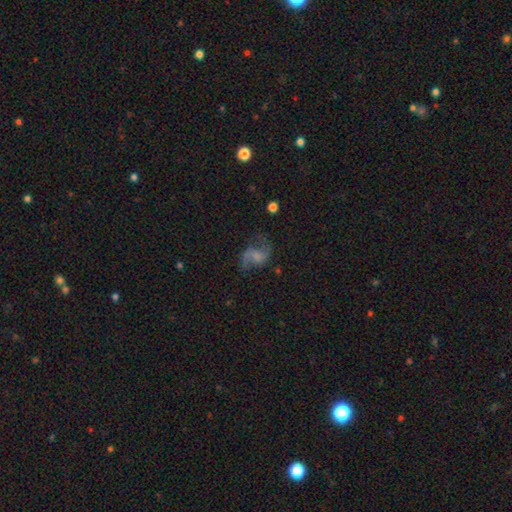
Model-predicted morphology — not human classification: smooth-or-featured: featured or disk: 74% | smooth: 16% | star or artifact: 10%
  disk-edge-on: no: 98% | yes: 2%
    bar: no: 44% (tied) | weak: 44% (tied) | strong: 12%
    has-spiral-arms: yes: 91% | no: 9%
      spiral-winding: loose: 72% | medium: 23% | tight: 4%
      spiral-arm-count: 2: 89% | 1: 5% | can't tell: 3% | 3: 1% | 4: 1% | more than 4: 1%
    bulge-size: none: 46% | small: 29% | moderate: 18% | large: 5% | dominant: 2%
  merging: none: 58% | major disturbance: 20% | minor disturbance: 19% | merger: 3%